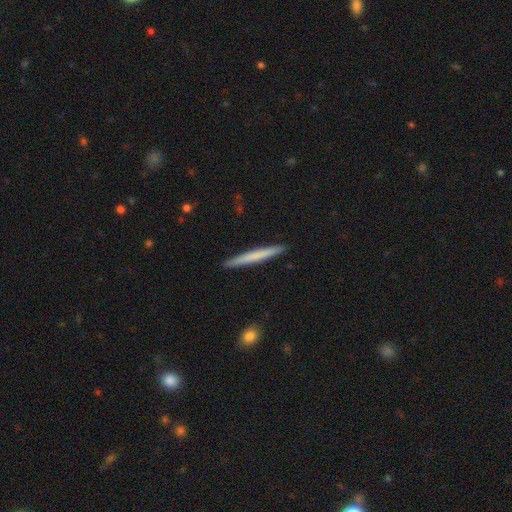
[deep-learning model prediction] Smooth or featured?
  - smooth: 63% *
  - featured or disk: 32%
  - star or artifact: 5%
How rounded?
  - cigar-shaped: 97% *
  - in between: 2%
  - round: 1%
Merging?
  - none: 92% *
  - minor disturbance: 6%
  - major disturbance: 1%
  - merger: 1%